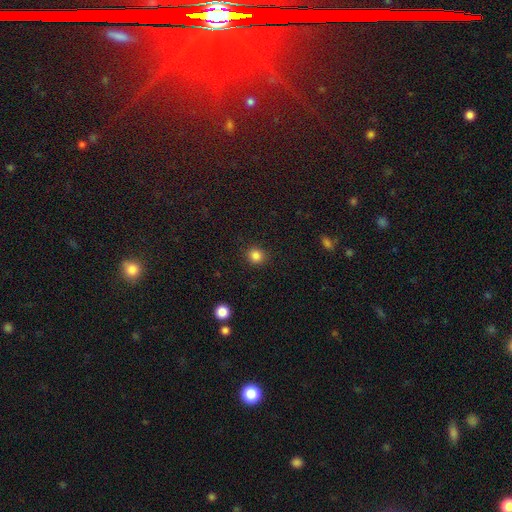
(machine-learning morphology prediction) The model was most divided on "smooth or featured": smooth: 85%, star or artifact: 11%, featured or disk: 3%. More confident: merging — none (90%); how rounded — round (87%).